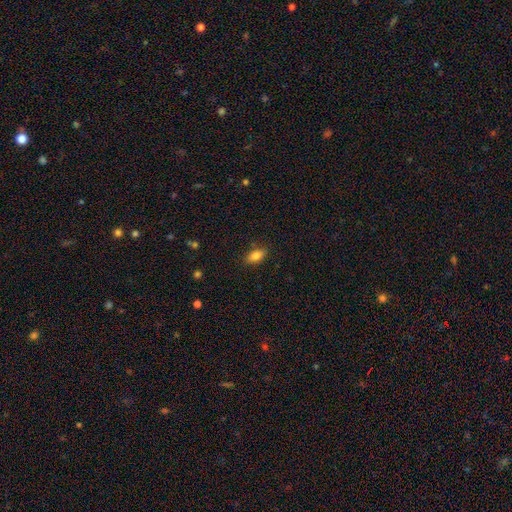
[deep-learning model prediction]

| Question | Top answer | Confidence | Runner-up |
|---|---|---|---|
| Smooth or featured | smooth | 82% | featured or disk (10%) |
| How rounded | in between | 87% | cigar-shaped (9%) |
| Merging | none | 86% | minor disturbance (11%) |